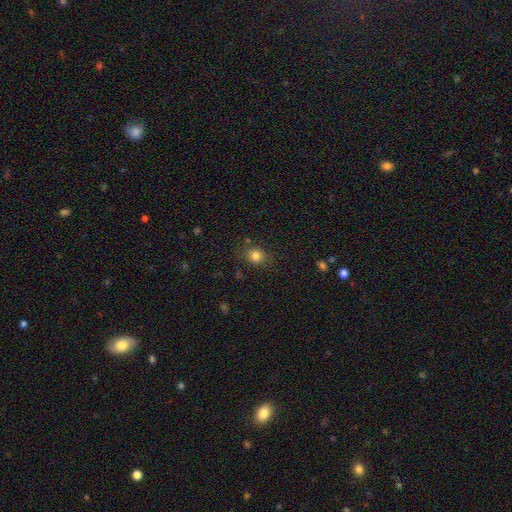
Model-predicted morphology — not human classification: Overall: smooth (81%). How rounded: round (73%). Merging: none (80%).